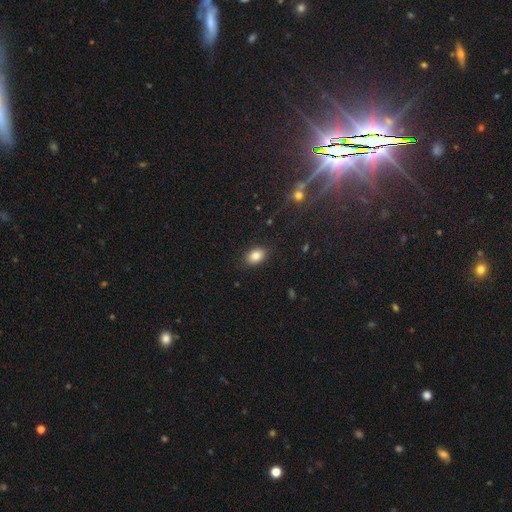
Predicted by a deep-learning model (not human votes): This is clearly a smooth galaxy (84%). How rounded: clearly in between (81%). Merging: clearly none (87%).